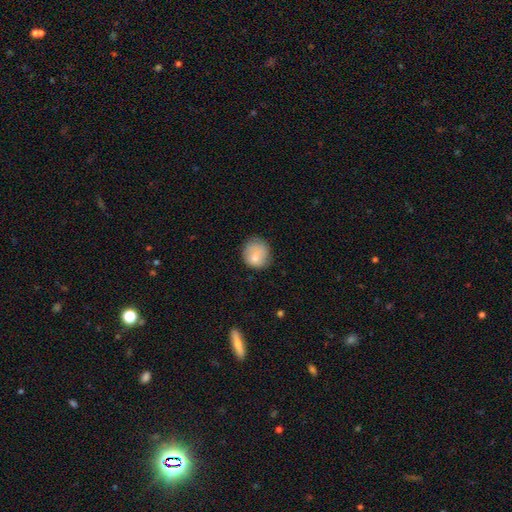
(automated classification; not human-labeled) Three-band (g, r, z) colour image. It shows a smooth galaxy with no disk features (81%) that is round (79%). Merging: none (64%).